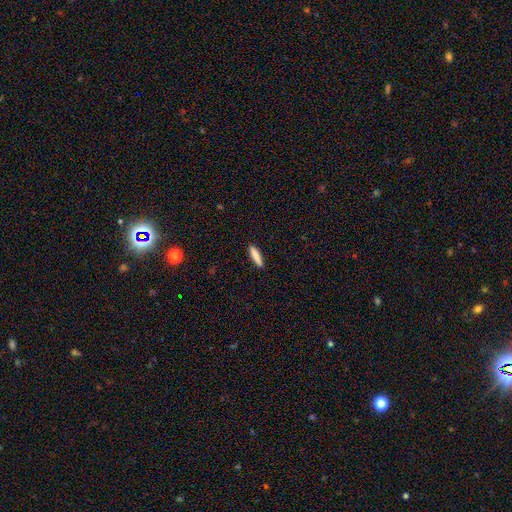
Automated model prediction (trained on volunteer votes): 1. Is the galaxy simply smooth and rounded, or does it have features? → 84% smooth, 10% featured or disk, 6% star or artifact.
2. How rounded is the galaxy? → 83% cigar-shaped, 16% in between, 1% round.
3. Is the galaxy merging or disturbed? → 90% none, 7% minor disturbance, 2% major disturbance, 1% merger.